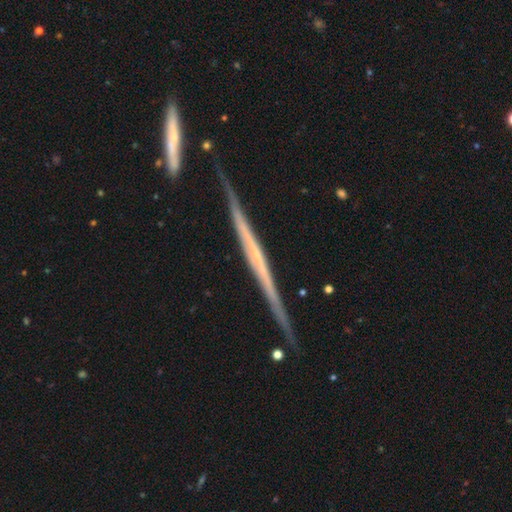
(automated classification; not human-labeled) This appears to be a featured or disk galaxy (79%) viewed edge-on (97%) with no central bulge (72%). Merging: none (81%).